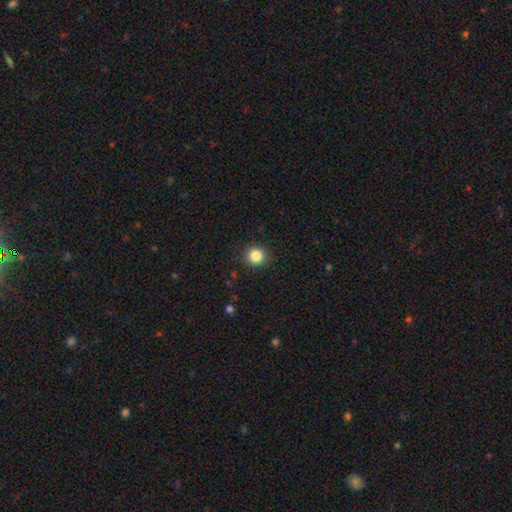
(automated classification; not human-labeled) Overall: smooth (85%). How rounded: round (92%). Merging: none (91%).